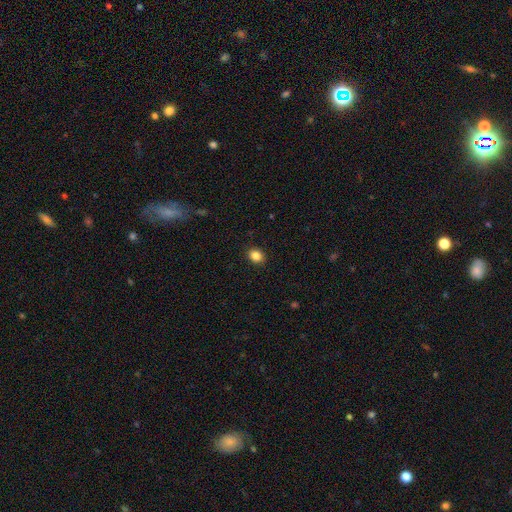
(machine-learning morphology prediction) This appears to be a smooth galaxy with no disk features (86%) that is round (52%). Merging: none (91%).